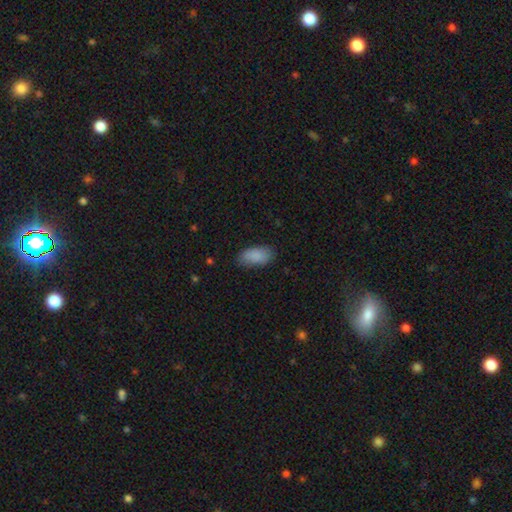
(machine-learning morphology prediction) Smooth or featured: smooth — 88% (star or artifact — 7%)
How rounded: in between — 93% (cigar-shaped — 5%)
Merging: none — 81% (minor disturbance — 15%)